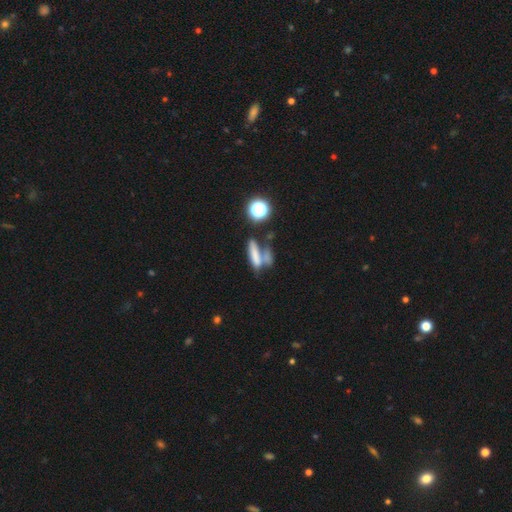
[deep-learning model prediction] This appears to be a smooth galaxy with no disk features (64%) that is cigar-shaped (62%). Merging: merger (41%).